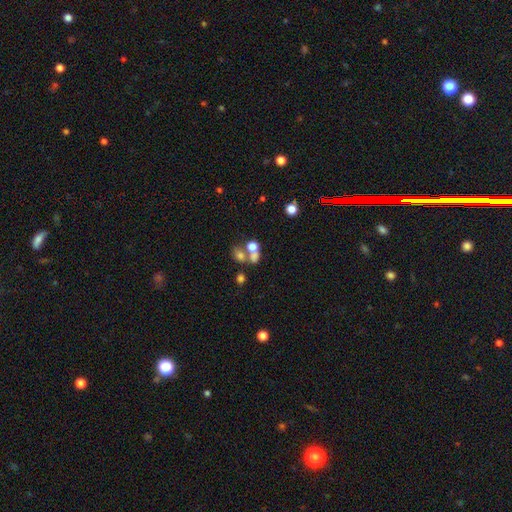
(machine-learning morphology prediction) A smooth galaxy with no disk features (50%).

Vote fractions:
- Smooth or featured? smooth: 50% / star or artifact: 26% / featured or disk: 25%
- Merging? merger: 49% / none: 38% / minor disturbance: 8% / major disturbance: 6%